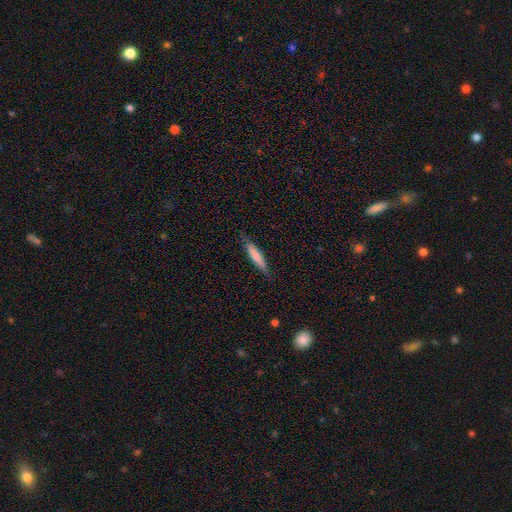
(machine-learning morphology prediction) Smooth or featured: smooth — 74% (featured or disk — 21%)
How rounded: cigar-shaped — 86% (in between — 13%)
Merging: none — 83% (minor disturbance — 13%)